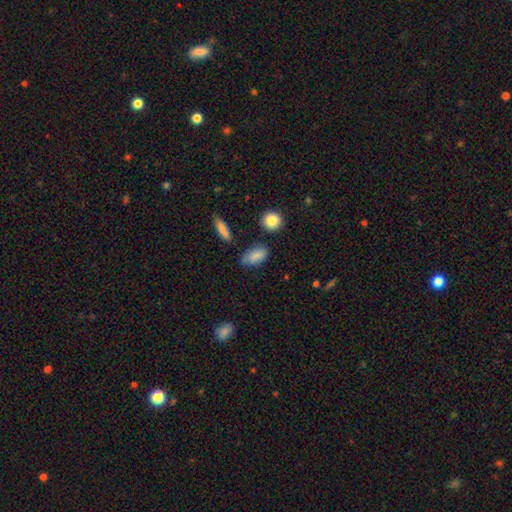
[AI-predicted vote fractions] A smooth galaxy with no disk features (83%) that is in between round and cigar-shaped (87%). Merging: none (70%).